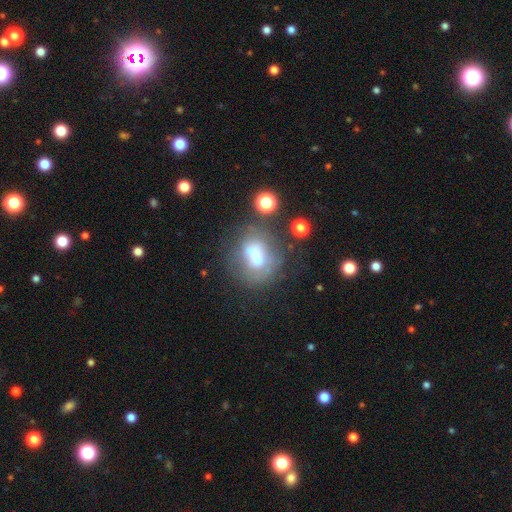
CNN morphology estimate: type=smooth (52%); roundness=round (53%); merging=none (45%).